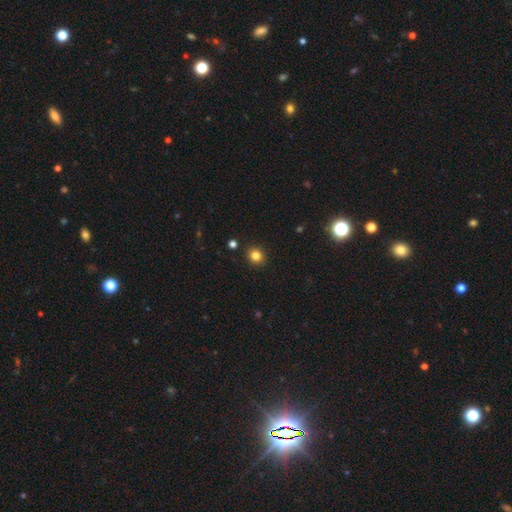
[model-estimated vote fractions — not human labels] This appears to be a smooth galaxy with no disk features (82%) that is round (77%). Merging: none (90%).